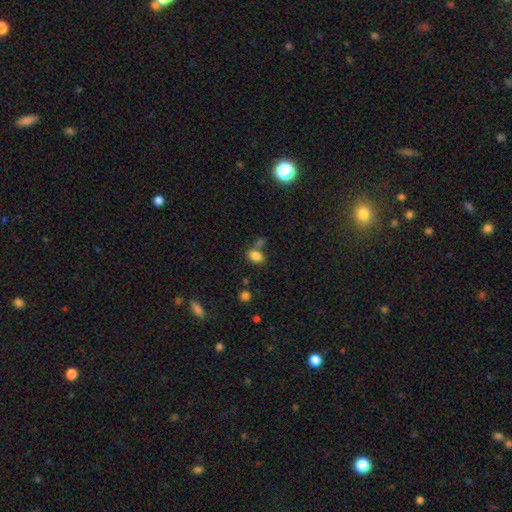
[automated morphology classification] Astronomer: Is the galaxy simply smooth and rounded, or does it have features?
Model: smooth — 82%.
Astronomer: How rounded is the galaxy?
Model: in between — 80%.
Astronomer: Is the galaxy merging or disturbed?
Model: none — 54%.